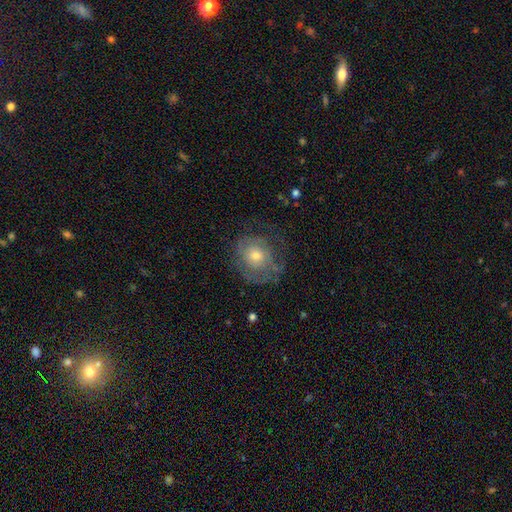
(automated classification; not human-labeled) A featured or disk galaxy (48%).

Vote fractions:
- Smooth or featured? featured or disk: 48% / smooth: 43% / star or artifact: 9%
- Merging? none: 59% / minor disturbance: 22% / major disturbance: 18% / merger: 1%